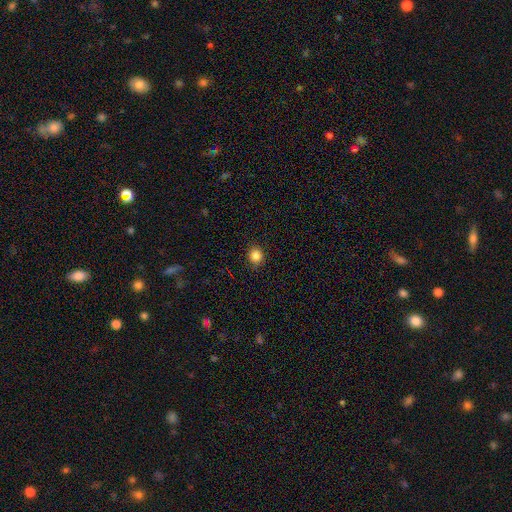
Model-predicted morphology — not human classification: A smooth galaxy with no disk features (85%) that is round (86%). Merging: none (90%).